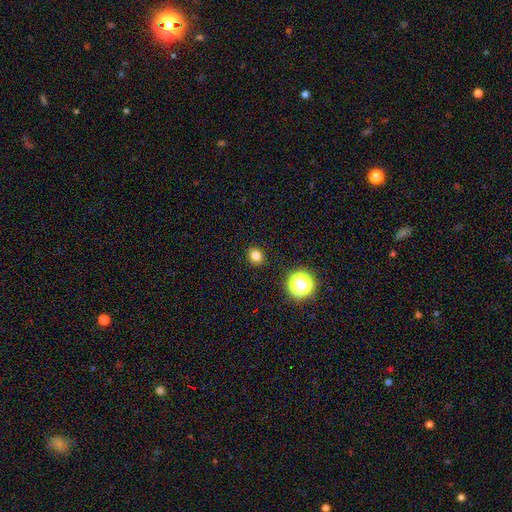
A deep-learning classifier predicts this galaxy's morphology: Smooth or featured?
  - smooth: 80% *
  - star or artifact: 15%
  - featured or disk: 5%
How rounded?
  - round: 70% *
  - in between: 29%
  - cigar-shaped: 1%
Merging?
  - none: 90% *
  - minor disturbance: 6%
  - major disturbance: 2%
  - merger: 1%